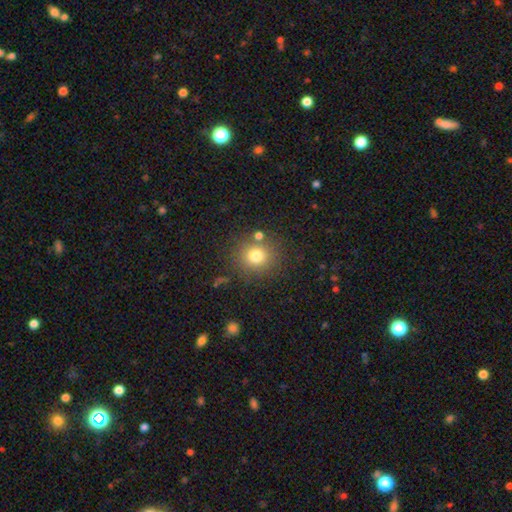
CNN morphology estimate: Overall: smooth (76%). How rounded: round (87%). Merging: none (79%).